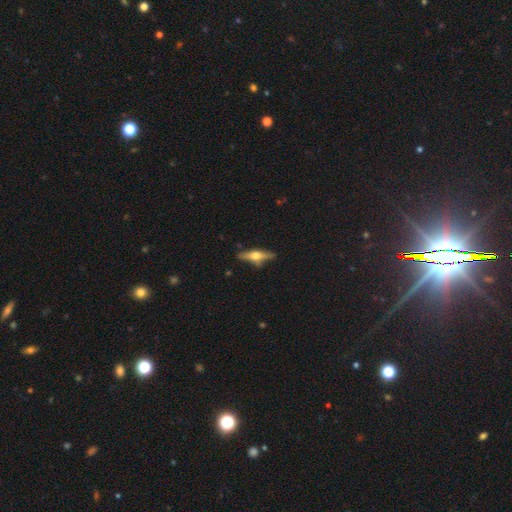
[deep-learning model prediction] Morphology: type=featured or disk (64%); edge-on=yes (94%); edge-on bulge=rounded (94%); merging=none (81%).